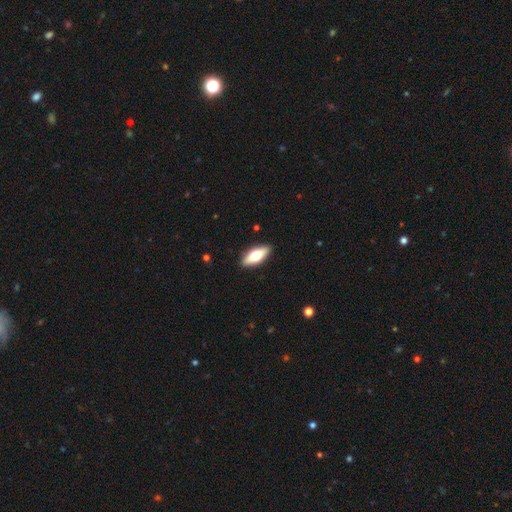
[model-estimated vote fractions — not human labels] Morphology: type=smooth (63%); roundness=in between (72%); merging=none (89%).